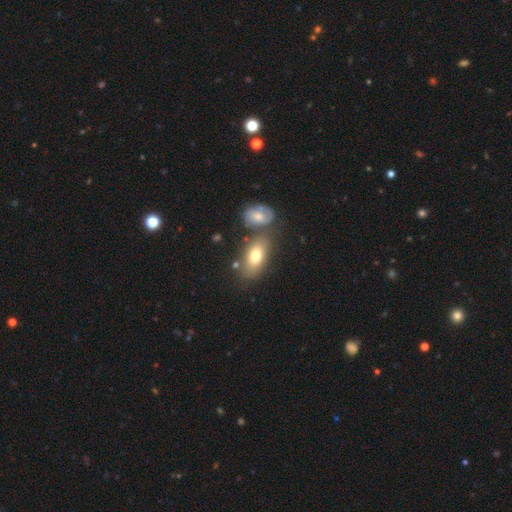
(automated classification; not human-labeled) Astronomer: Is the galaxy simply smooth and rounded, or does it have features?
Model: smooth — 73%.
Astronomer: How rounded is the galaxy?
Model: in between — 89%.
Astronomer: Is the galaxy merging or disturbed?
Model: none — 61%.